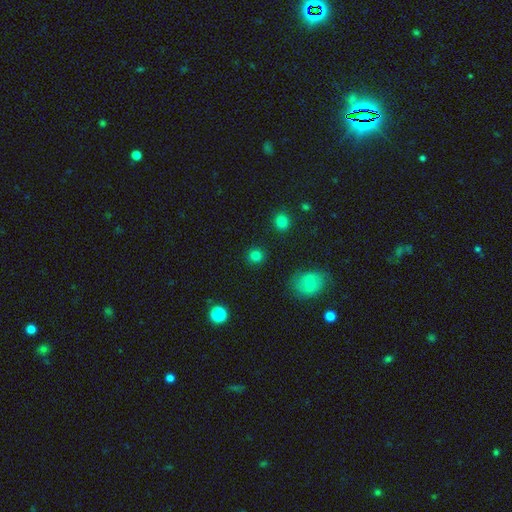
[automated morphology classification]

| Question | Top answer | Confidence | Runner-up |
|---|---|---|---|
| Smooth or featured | smooth | 83% | star or artifact (12%) |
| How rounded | round | 90% | in between (9%) |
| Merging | none | 89% | minor disturbance (6%) |